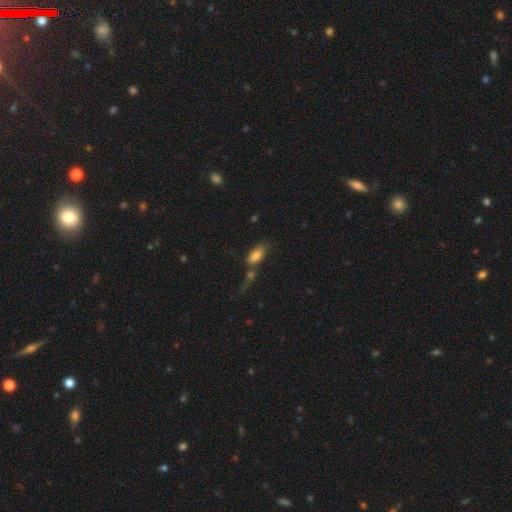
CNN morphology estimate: A smooth galaxy with no disk features (80%) that is in between round and cigar-shaped (87%). Merging: none (41%).